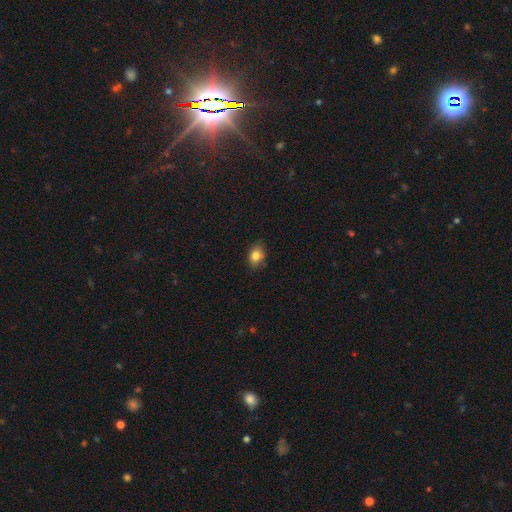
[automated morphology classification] Overall: smooth (82%). How rounded: in between (66%; round 32%). Merging: none (78%).